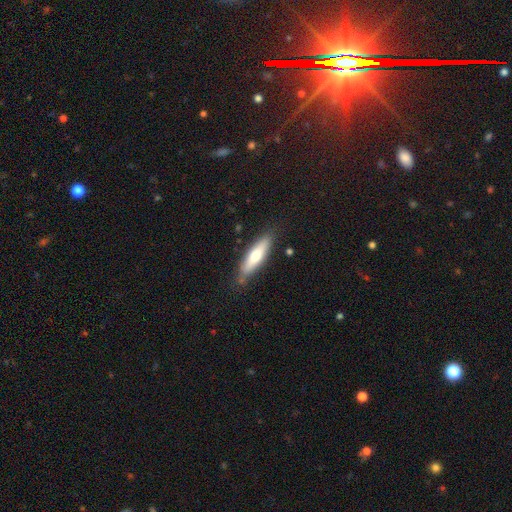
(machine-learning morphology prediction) Smooth or featured? smooth (63%)
How rounded? cigar-shaped (65%)
Merging? none (81%)